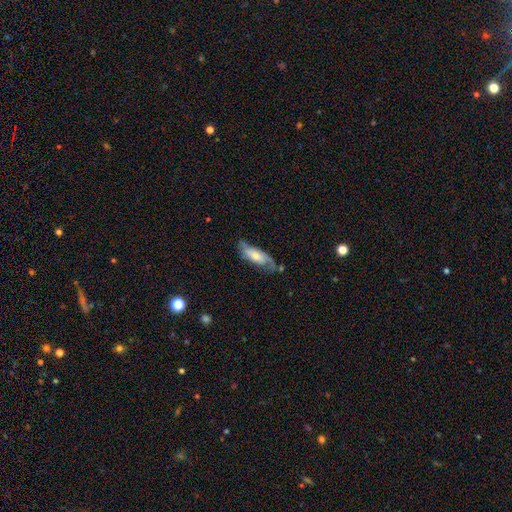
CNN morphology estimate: smooth_or_featured: featured or disk (p=0.49) [alt: smooth p=0.45]
merging: none (p=0.52) [alt: minor disturbance p=0.29]